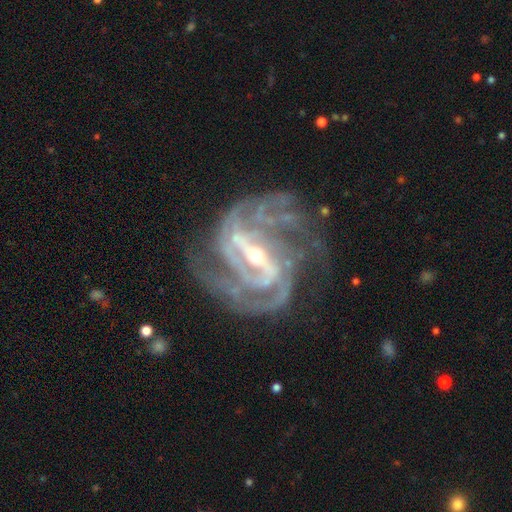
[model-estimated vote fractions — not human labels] A featured or disk galaxy (92%) with a strong bar (67%), 2 (27%) tight (49%) spiral arms (98%) and a small central bulge (59%). Merging: none (65%).